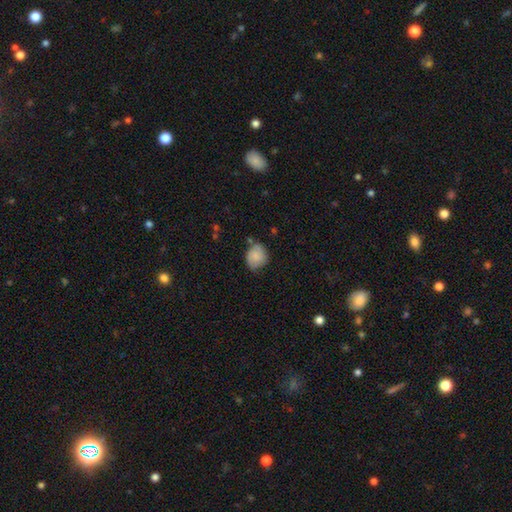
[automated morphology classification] smooth-or-featured: smooth: 79% | featured or disk: 13% | star or artifact: 8%
  how-rounded: round: 61% | in between: 38% | cigar-shaped: 1%
  merging: none: 62% | minor disturbance: 27% | major disturbance: 5% | merger: 5%